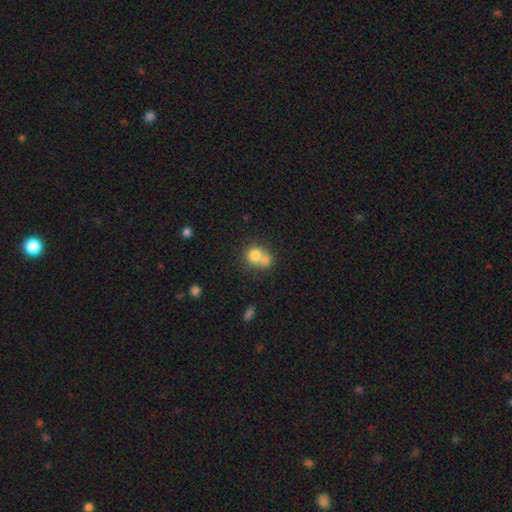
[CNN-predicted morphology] Q: Smooth or featured?
A: smooth (75%); runner-up: featured or disk (15%)
Q: How rounded?
A: round (75%); runner-up: in between (24%)
Q: Merging?
A: merger (58%); runner-up: none (31%)